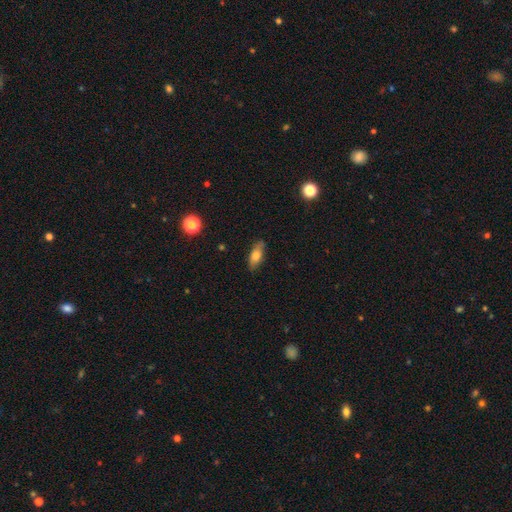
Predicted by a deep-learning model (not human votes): Smooth or featured: smooth — 70% (featured or disk — 22%)
How rounded: in between — 74% (cigar-shaped — 23%)
Merging: none — 80% (minor disturbance — 16%)